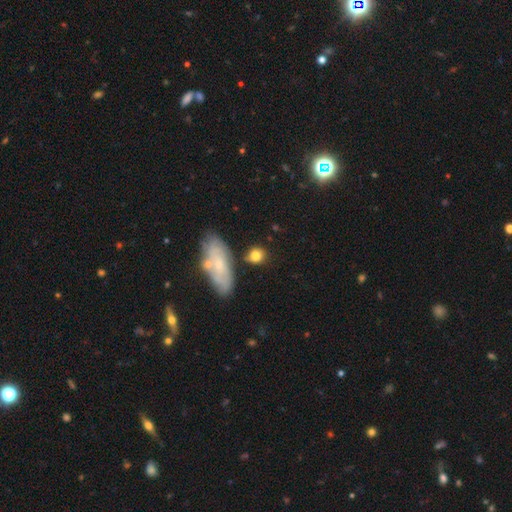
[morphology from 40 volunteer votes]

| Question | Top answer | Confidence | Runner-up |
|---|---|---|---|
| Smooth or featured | smooth | 75% | featured or disk (15%) |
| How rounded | round | 73% | in between (27%) |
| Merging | none | 56% | minor disturbance (22%) |